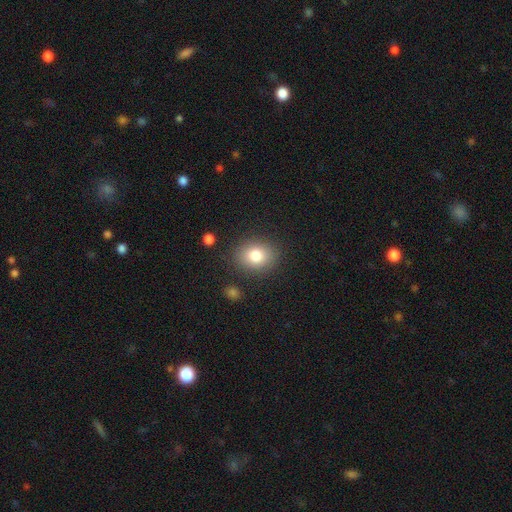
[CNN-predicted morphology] Smooth or featured?
  - smooth: 80% *
  - star or artifact: 10%
  - featured or disk: 10%
How rounded?
  - round: 56% *
  - in between: 43%
  - cigar-shaped: 1%
Merging?
  - none: 85% *
  - minor disturbance: 9%
  - major disturbance: 3%
  - merger: 2%